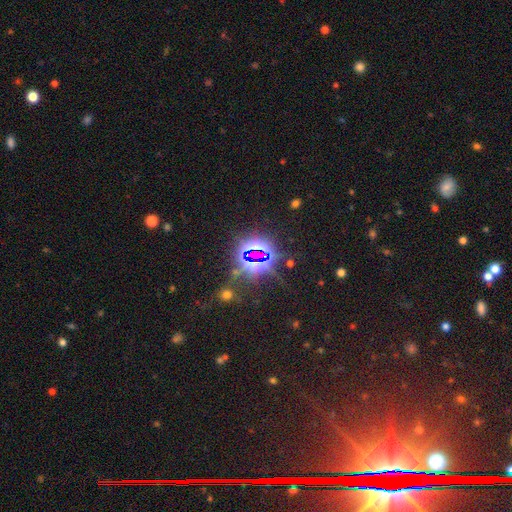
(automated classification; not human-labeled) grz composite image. It shows a star or artifact, not a galaxy (81%).